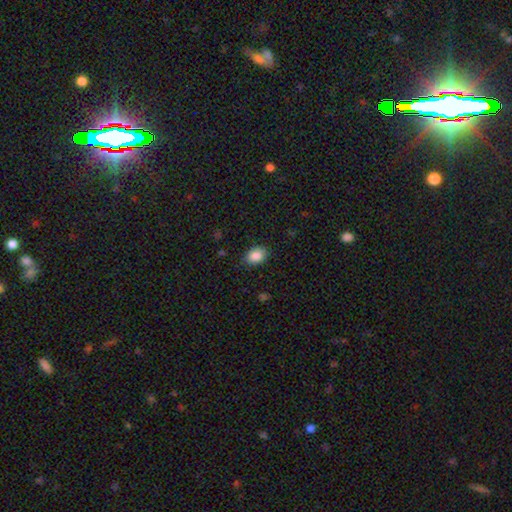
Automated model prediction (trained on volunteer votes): This is clearly a smooth galaxy (88%). How rounded: likely in between (77%). Merging: clearly none (84%).